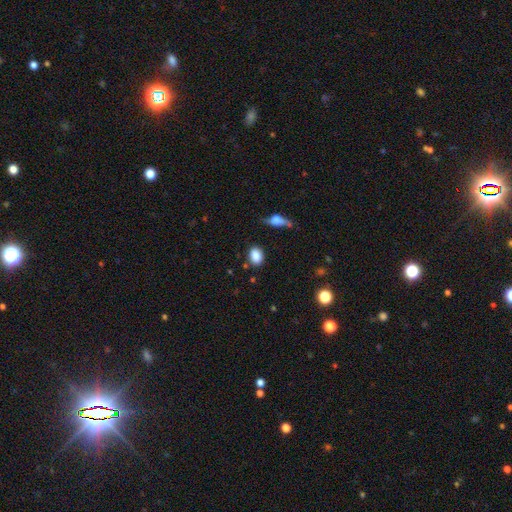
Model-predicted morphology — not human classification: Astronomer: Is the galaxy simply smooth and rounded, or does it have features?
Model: smooth — 87%.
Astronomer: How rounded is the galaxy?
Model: in between — 72%.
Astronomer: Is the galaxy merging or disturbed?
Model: none — 82%.